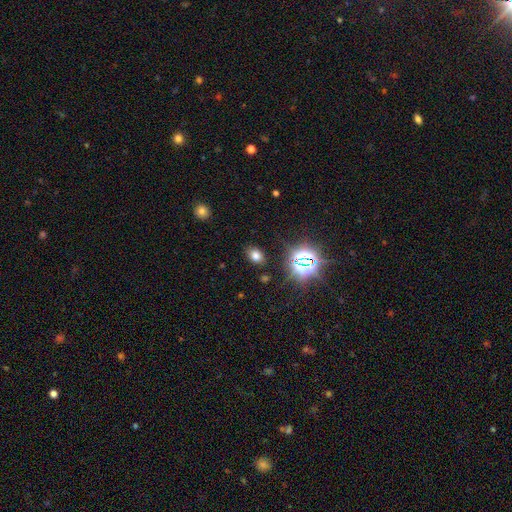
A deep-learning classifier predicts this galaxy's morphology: This is likely a smooth galaxy (68%). How rounded: likely in between (76%). Merging: clearly none (85%).